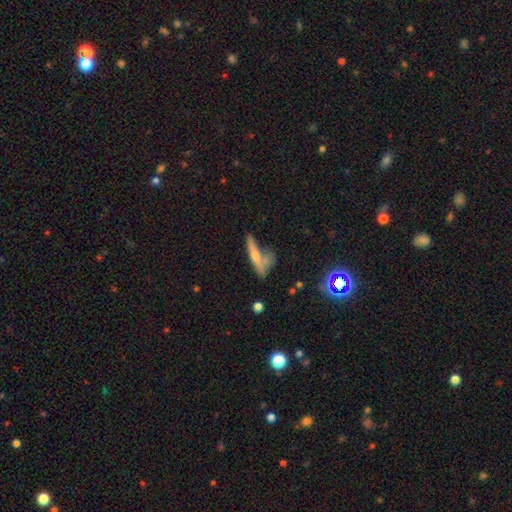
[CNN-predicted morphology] This appears to be a smooth galaxy with no disk features (52%) that is cigar-shaped (81%). Merging: none (49%).